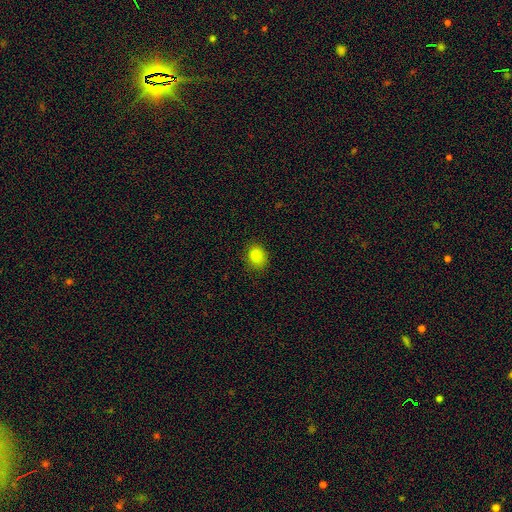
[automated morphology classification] Q: Smooth or featured?
A: smooth (83%); runner-up: star or artifact (11%)
Q: How rounded?
A: round (56%); runner-up: in between (43%)
Q: Merging?
A: none (85%); runner-up: minor disturbance (11%)